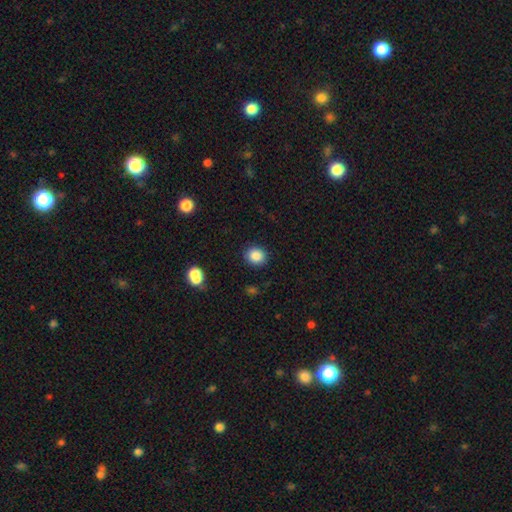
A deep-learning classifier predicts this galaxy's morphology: The model was most divided on "how rounded": round: 76%, in between: 23%, cigar-shaped: 1%. More confident: merging — none (89%); smooth or featured — smooth (87%).